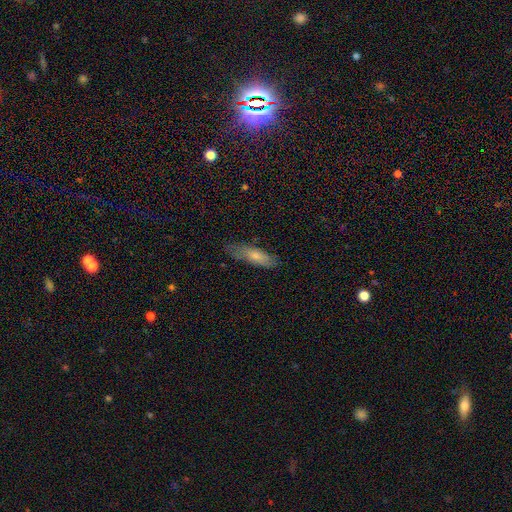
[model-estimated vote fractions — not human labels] A smooth galaxy with no disk features (55%) that is cigar-shaped (64%). Merging: none (77%).